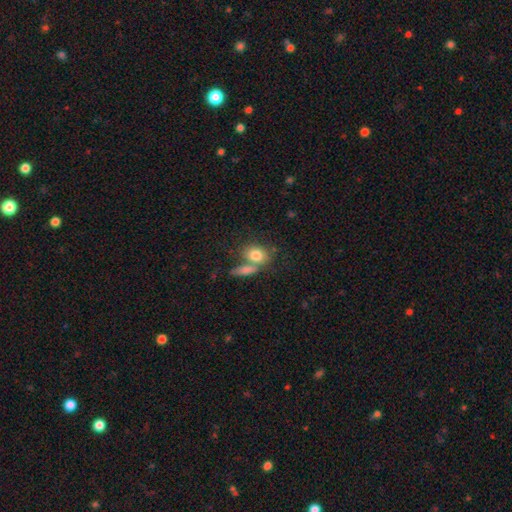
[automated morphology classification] smooth-or-featured: smooth: 80% | featured or disk: 12% | star or artifact: 8%
  how-rounded: in between: 61% | round: 36% | cigar-shaped: 4%
  merging: none: 45% | merger: 38% | minor disturbance: 11% | major disturbance: 5%